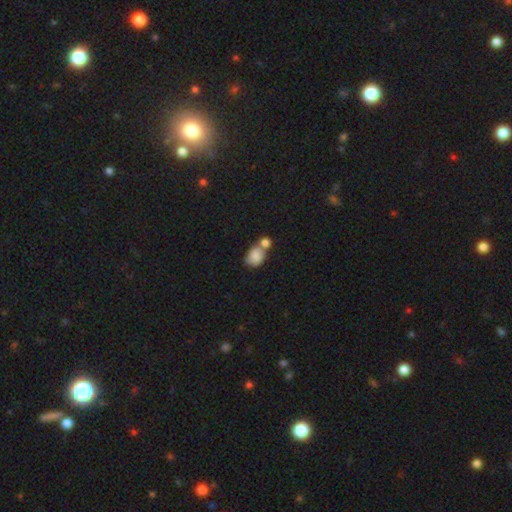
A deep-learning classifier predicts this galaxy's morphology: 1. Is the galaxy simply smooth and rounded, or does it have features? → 82% smooth, 10% featured or disk, 8% star or artifact.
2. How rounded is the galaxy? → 62% in between, 36% round, 1% cigar-shaped.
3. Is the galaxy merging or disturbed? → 55% merger, 28% none, 12% minor disturbance, 5% major disturbance.